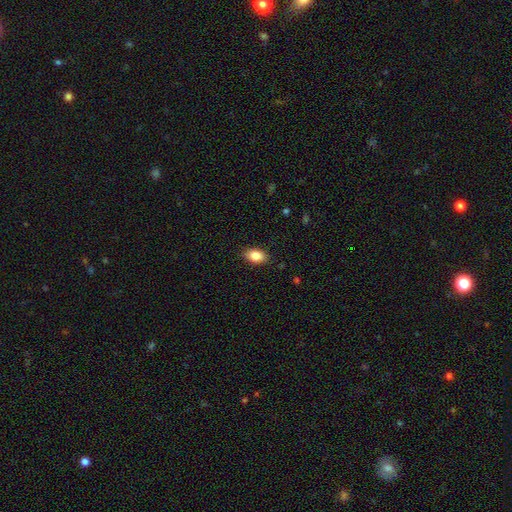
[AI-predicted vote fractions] smooth 86%, star or artifact 8%, featured or disk 6%. Down the decision tree: how rounded — in between (89%); merging — none (88%).